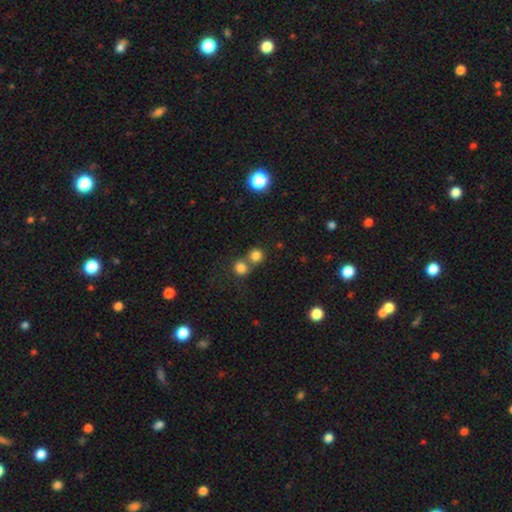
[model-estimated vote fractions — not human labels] Q: Smooth or featured?
A: smooth (80%); runner-up: star or artifact (14%)
Q: How rounded?
A: round (90%); runner-up: in between (9%)
Q: Merging?
A: none (54%); runner-up: merger (37%)